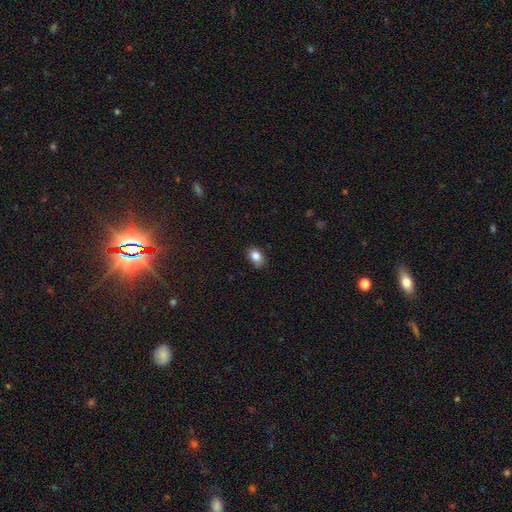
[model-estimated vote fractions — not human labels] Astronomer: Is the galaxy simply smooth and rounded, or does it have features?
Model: smooth — 85%.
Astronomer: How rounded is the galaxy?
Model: in between — 79%.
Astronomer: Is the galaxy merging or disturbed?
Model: none — 83%.